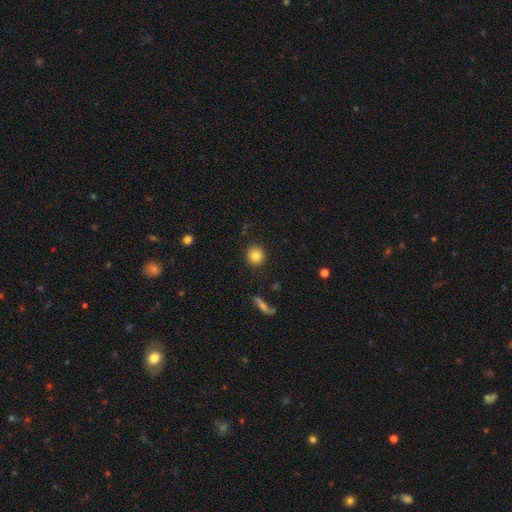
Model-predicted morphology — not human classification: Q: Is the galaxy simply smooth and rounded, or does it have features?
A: smooth — 84%.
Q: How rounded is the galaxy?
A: round — 89%.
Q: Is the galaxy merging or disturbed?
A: none — 90%.